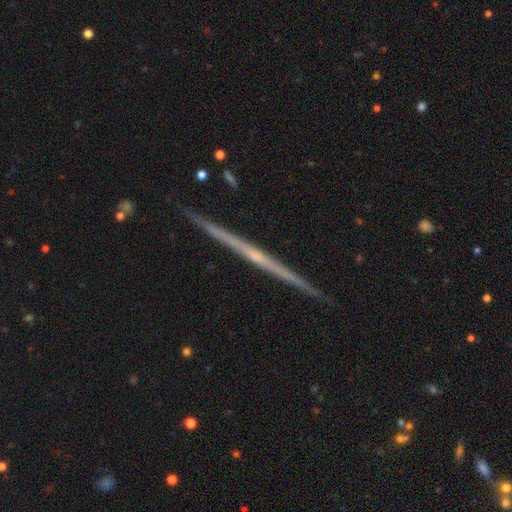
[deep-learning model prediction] smooth-or-featured: featured or disk: 81% | smooth: 13% | star or artifact: 6%
  disk-edge-on: yes: 99% | no: 1%
    edge-on-bulge: none: 53% | rounded: 42% | boxy: 5%
  merging: none: 92% | minor disturbance: 5% | merger: 1% | major disturbance: 1%